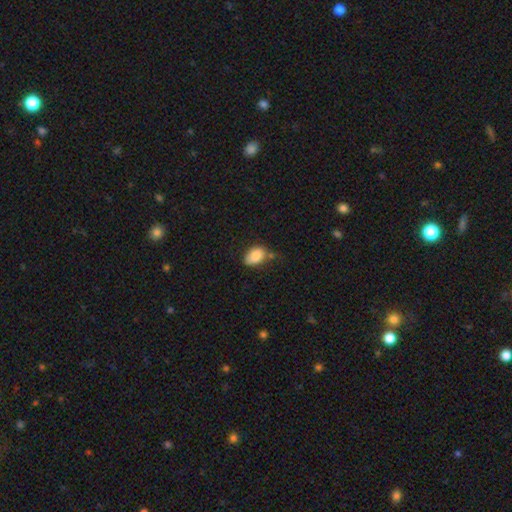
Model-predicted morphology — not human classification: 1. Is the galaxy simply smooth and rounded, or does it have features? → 85% smooth, 8% star or artifact, 7% featured or disk.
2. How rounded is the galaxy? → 87% in between, 12% round, 1% cigar-shaped.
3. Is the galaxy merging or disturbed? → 51% none, 34% minor disturbance, 9% major disturbance, 7% merger.